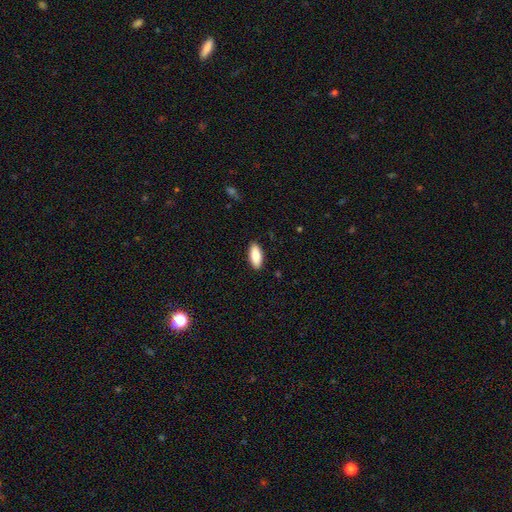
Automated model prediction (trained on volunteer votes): This appears to be a smooth galaxy with no disk features (88%) that is in between round and cigar-shaped (83%). Merging: none (90%).